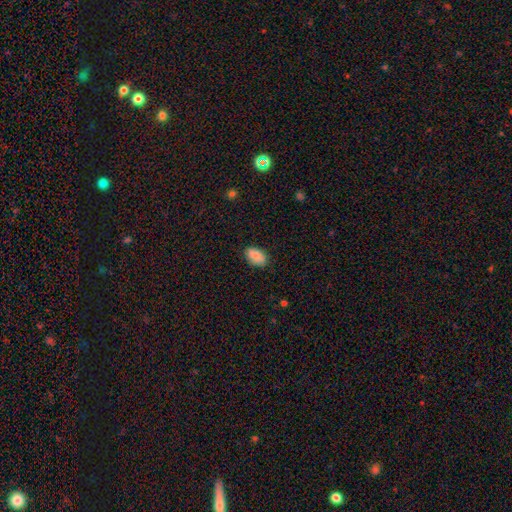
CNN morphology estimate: This appears to be a smooth galaxy with no disk features (83%) that is in between round and cigar-shaped (91%). Merging: none (81%).